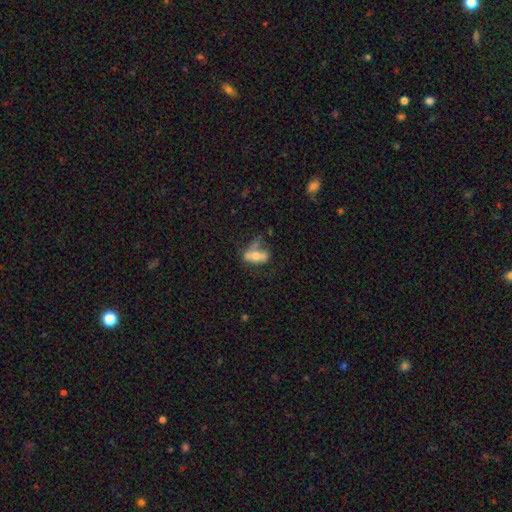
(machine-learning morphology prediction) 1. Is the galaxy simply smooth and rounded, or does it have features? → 53% smooth, 39% featured or disk, 9% star or artifact.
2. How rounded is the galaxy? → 81% in between, 13% cigar-shaped, 6% round.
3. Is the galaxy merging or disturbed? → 35% none, 27% minor disturbance, 25% major disturbance, 14% merger.